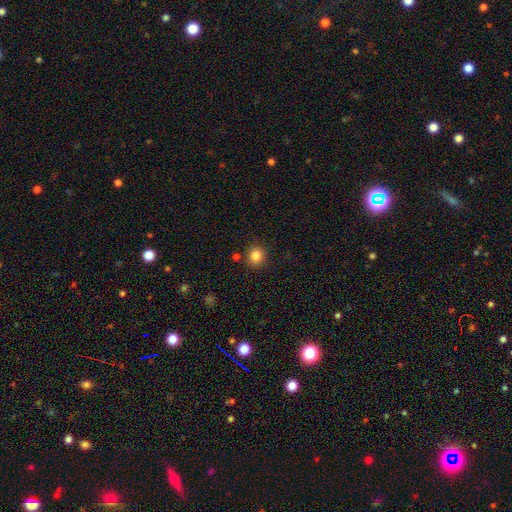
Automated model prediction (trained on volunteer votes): This is clearly a smooth galaxy (85%). How rounded: likely round (78%). Merging: clearly none (84%).